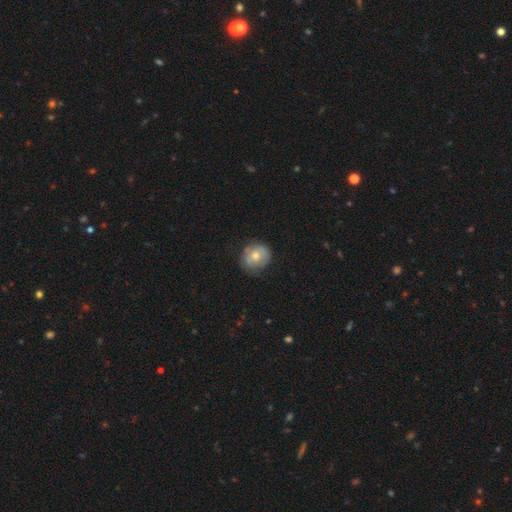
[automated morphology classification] Overall: smooth (56%; featured or disk 37%). How rounded: round (77%). Merging: none (70%).